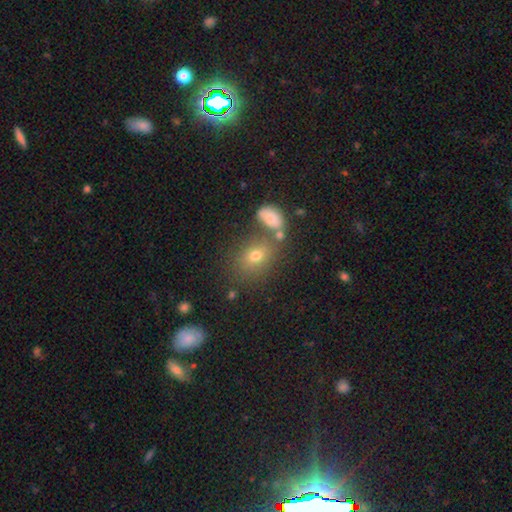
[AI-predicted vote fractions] Overall: smooth (70%). How rounded: in between (55%; round 43%). Merging: none (61%).